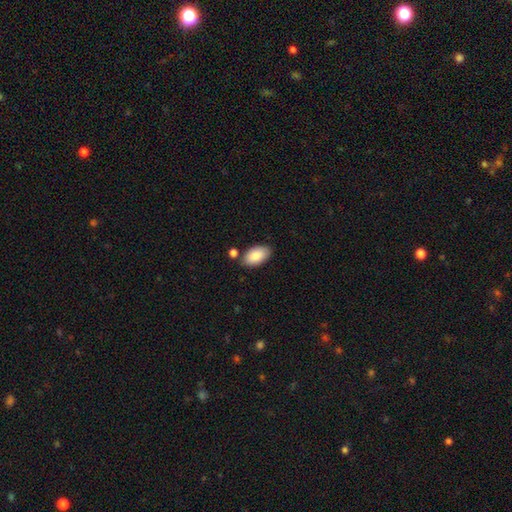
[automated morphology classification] Smooth or featured? smooth (85%)
How rounded? in between (95%)
Merging? none (80%)